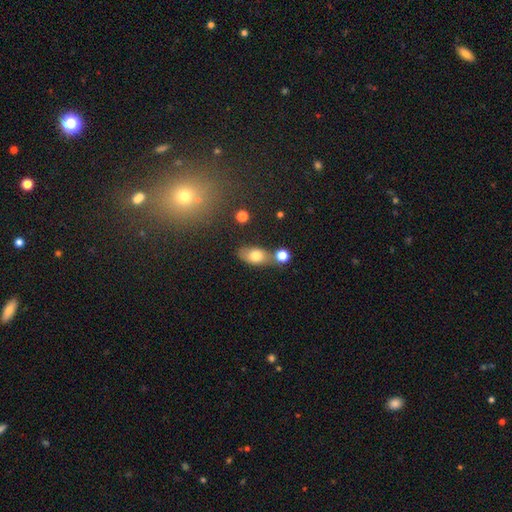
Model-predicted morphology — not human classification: Smooth or featured: smooth — 77% (featured or disk — 14%)
How rounded: in between — 81% (round — 15%)
Merging: none — 58% (merger — 20%)